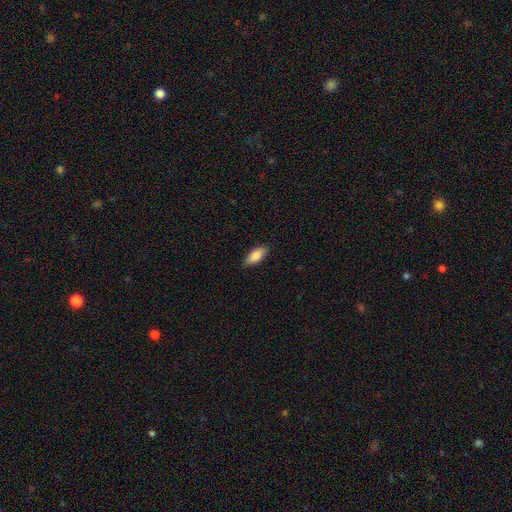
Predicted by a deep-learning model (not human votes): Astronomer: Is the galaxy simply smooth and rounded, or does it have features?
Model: smooth — 86%.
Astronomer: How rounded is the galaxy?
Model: in between — 83%.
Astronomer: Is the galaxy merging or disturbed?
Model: none — 86%.